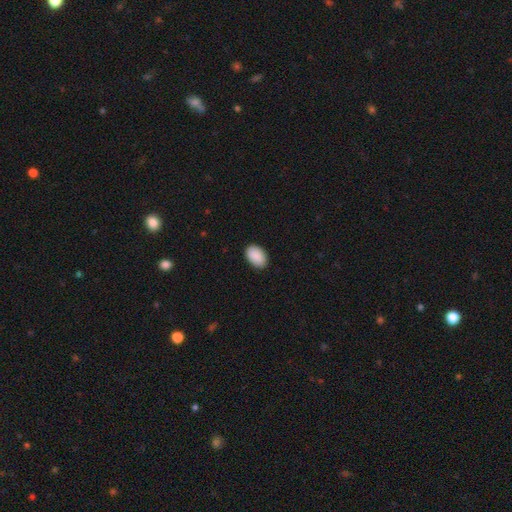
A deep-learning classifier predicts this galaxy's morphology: Smooth or featured?
  - smooth: 91% *
  - star or artifact: 6%
  - featured or disk: 3%
How rounded?
  - in between: 90% *
  - round: 9%
  - cigar-shaped: 1%
Merging?
  - none: 89% *
  - minor disturbance: 9%
  - major disturbance: 2%
  - merger: 1%